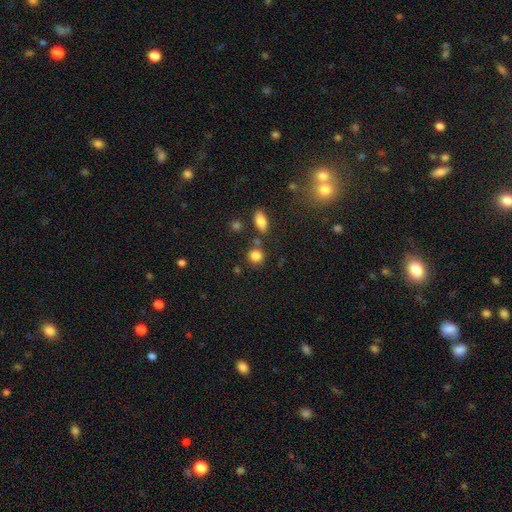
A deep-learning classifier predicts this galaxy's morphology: smooth 84%, star or artifact 11%, featured or disk 6%. Down the decision tree: how rounded — round (84%); merging — none (73%).